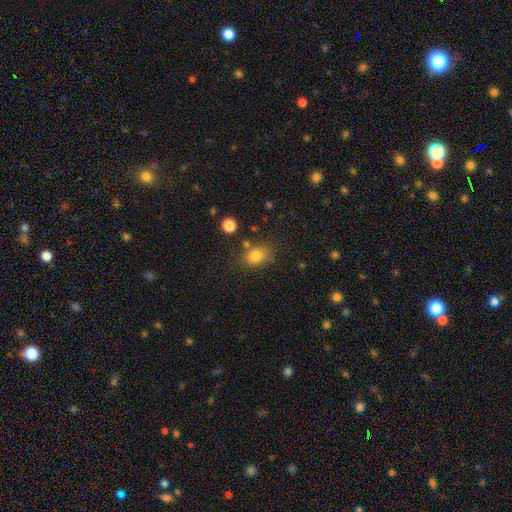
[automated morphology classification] Smooth or featured?
  - smooth: 81% *
  - star or artifact: 12%
  - featured or disk: 7%
How rounded?
  - in between: 60% *
  - round: 39%
  - cigar-shaped: 1%
Merging?
  - none: 72% *
  - minor disturbance: 16%
  - merger: 7%
  - major disturbance: 5%